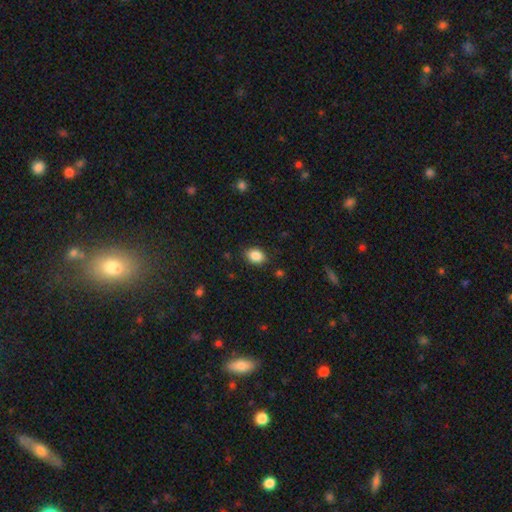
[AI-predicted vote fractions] smooth-or-featured: smooth: 87% | star or artifact: 8% | featured or disk: 4%
  how-rounded: in between: 71% | round: 28% | cigar-shaped: 1%
  merging: none: 86% | minor disturbance: 10% | major disturbance: 3% | merger: 1%